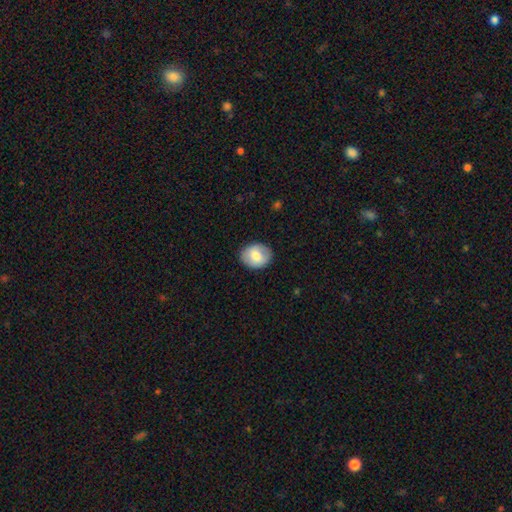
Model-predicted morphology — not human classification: smooth_or_featured: smooth (p=0.74) [alt: featured or disk p=0.20]
how_rounded: in between (p=0.50) [alt: round p=0.49]
merging: none (p=0.87) [alt: minor disturbance p=0.10]